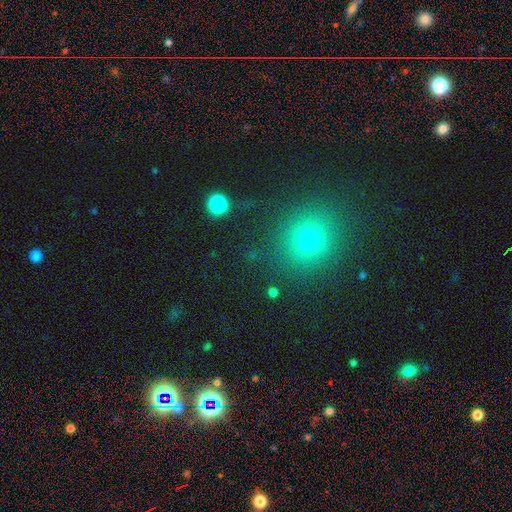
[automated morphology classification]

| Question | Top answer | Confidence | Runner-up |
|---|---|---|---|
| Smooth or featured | smooth | 56% | star or artifact (37%) |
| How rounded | round | 88% | in between (10%) |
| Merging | none | 89% | minor disturbance (6%) |